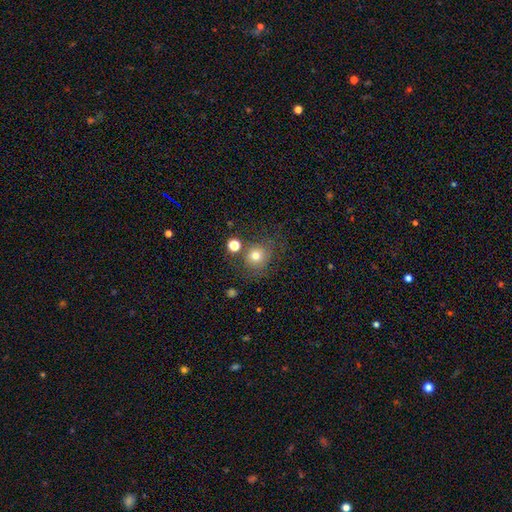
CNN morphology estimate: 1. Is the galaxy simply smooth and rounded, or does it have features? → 74% smooth, 14% star or artifact, 11% featured or disk.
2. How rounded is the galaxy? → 84% round, 15% in between, 1% cigar-shaped.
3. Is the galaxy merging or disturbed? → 68% none, 14% minor disturbance, 12% merger, 7% major disturbance.